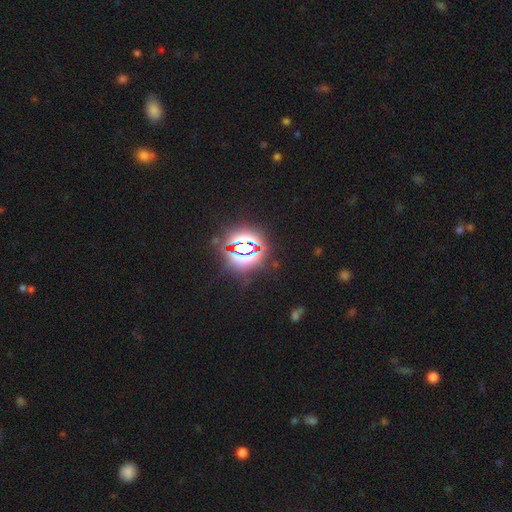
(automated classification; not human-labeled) A star or artifact, not a galaxy (81%).

Vote fractions:
- Smooth or featured? star or artifact: 81% / smooth: 12% / featured or disk: 7%